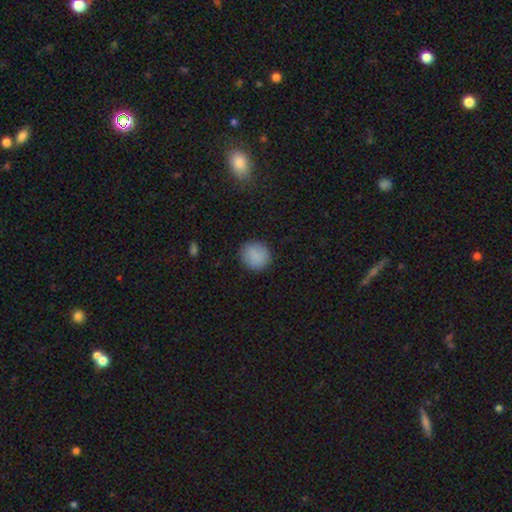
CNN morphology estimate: This is clearly a smooth galaxy (88%). How rounded: clearly round (86%). Merging: clearly none (87%).